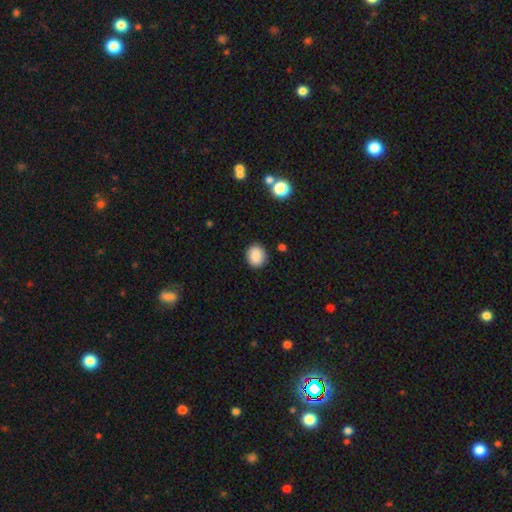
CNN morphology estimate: smooth-or-featured: smooth: 86% | star or artifact: 9% | featured or disk: 5%
  how-rounded: round: 70% | in between: 29% | cigar-shaped: 1%
  merging: none: 88% | minor disturbance: 9% | major disturbance: 2% | merger: 2%